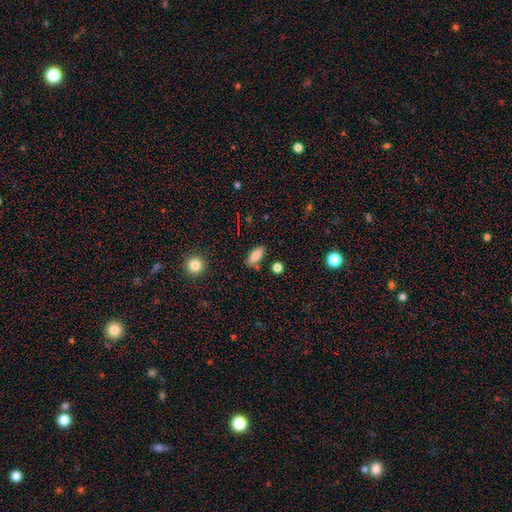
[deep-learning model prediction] Morphology: type=smooth (80%); roundness=in between (84%); merging=none (77%).